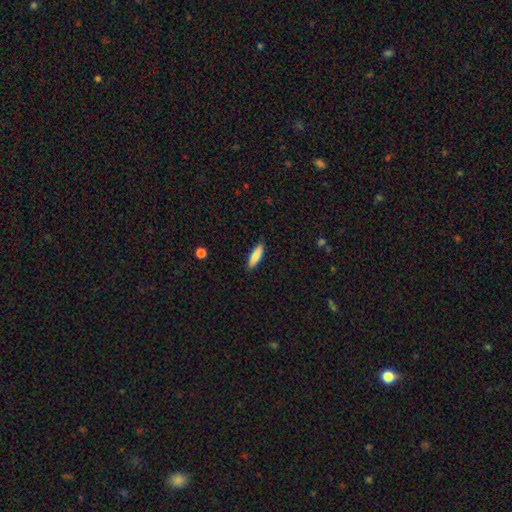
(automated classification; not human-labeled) smooth-or-featured: smooth: 81% | featured or disk: 13% | star or artifact: 6%
  how-rounded: cigar-shaped: 66% | in between: 32% | round: 2%
  merging: none: 89% | minor disturbance: 8% | major disturbance: 2% | merger: 1%